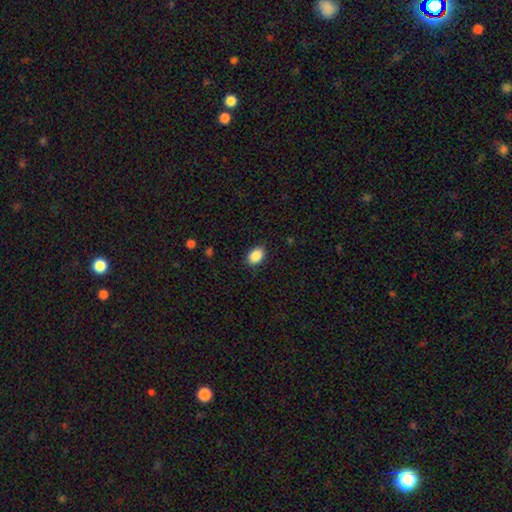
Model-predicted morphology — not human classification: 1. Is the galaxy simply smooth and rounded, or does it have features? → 89% smooth, 8% star or artifact, 3% featured or disk.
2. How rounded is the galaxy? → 83% in between, 16% round, 1% cigar-shaped.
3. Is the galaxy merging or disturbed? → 87% none, 10% minor disturbance, 2% major disturbance, 1% merger.